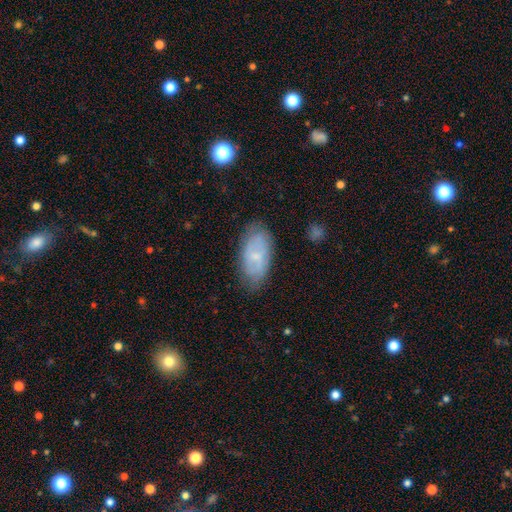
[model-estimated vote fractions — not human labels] The model was most divided on "smooth or featured": smooth: 52%, featured or disk: 41%, star or artifact: 8%. More confident: how rounded — in between (92%); merging — none (77%).